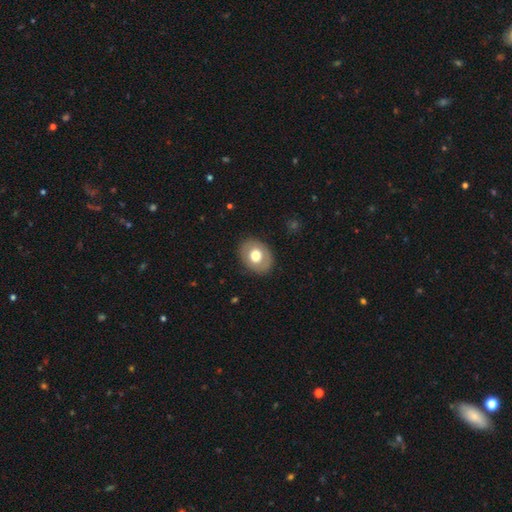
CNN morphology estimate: Overall: smooth (64%; featured or disk 29%). How rounded: in between (59%; round 40%). Merging: none (86%).